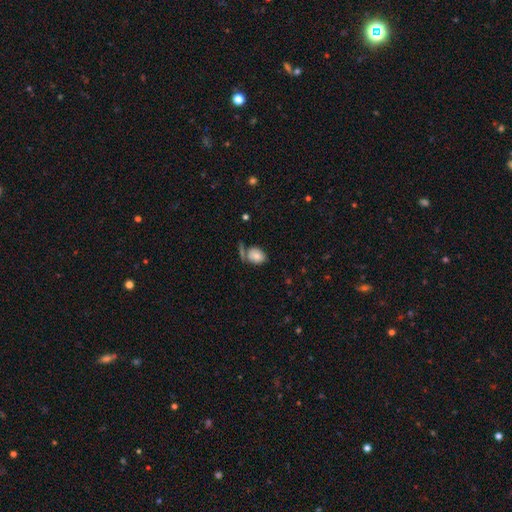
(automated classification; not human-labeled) Smooth or featured? Predicted: smooth (p=0.74). How rounded? Predicted: in between (p=0.66). Merging? Predicted: none (p=0.52).